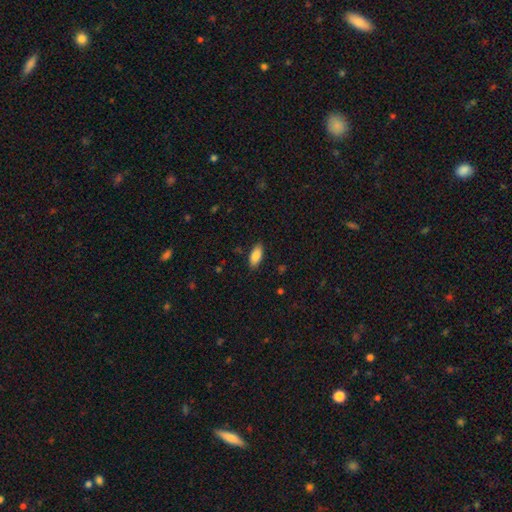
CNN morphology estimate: smooth-or-featured: smooth: 87% | star or artifact: 7% | featured or disk: 7%
  how-rounded: in between: 88% | cigar-shaped: 10% | round: 2%
  merging: none: 86% | minor disturbance: 11% | major disturbance: 2% | merger: 1%